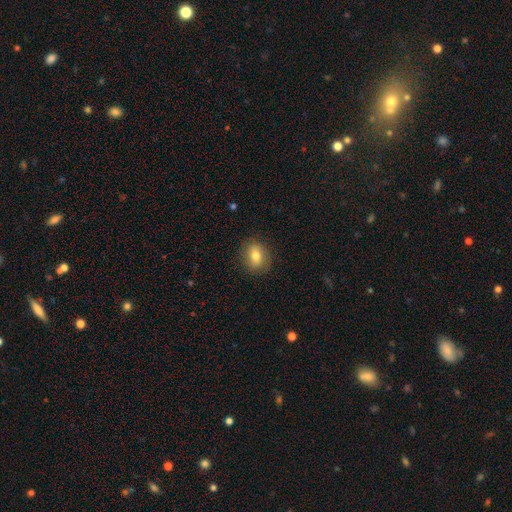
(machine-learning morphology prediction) Q: Smooth or featured?
A: smooth (78%); runner-up: featured or disk (14%)
Q: How rounded?
A: in between (53%); runner-up: round (46%)
Q: Merging?
A: none (84%); runner-up: minor disturbance (11%)